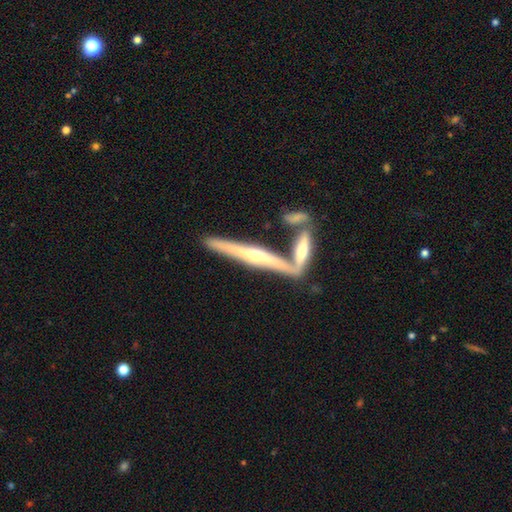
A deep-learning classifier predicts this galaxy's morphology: The model was most divided on "merging": none: 62%, merger: 24%, minor disturbance: 11%, major disturbance: 3%. More confident: edge-on disk — yes (95%); edge-on bulge — rounded (84%); smooth or featured — featured or disk (74%).